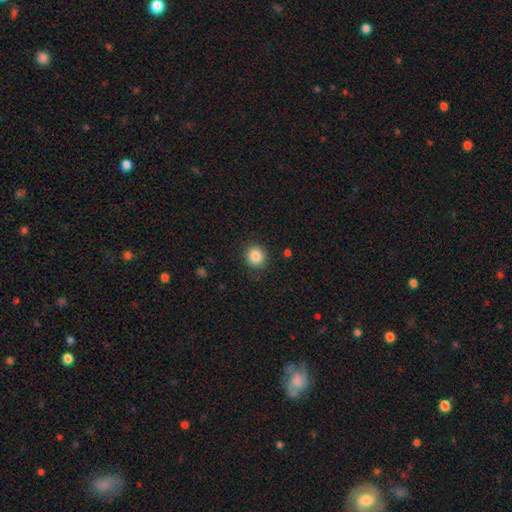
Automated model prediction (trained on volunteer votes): Morphology: type=smooth (85%); roundness=round (90%); merging=none (88%).